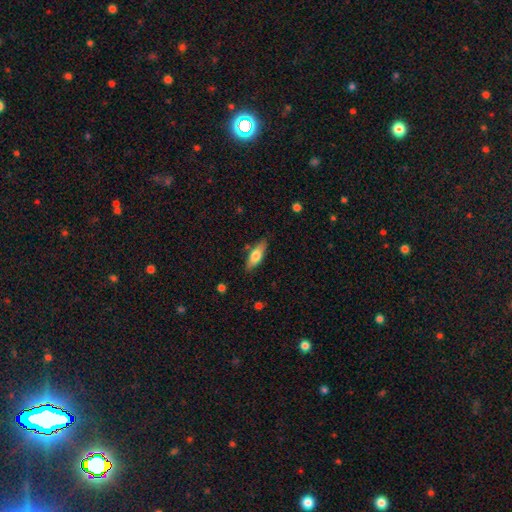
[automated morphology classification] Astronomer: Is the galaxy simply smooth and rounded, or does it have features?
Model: smooth — 69%.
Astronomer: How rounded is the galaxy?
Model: in between — 64%.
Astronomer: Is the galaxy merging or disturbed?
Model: none — 80%.